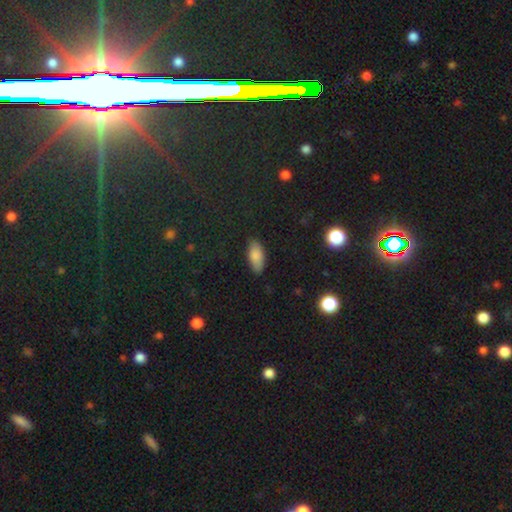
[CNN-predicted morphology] smooth-or-featured: smooth: 84% | featured or disk: 8% | star or artifact: 8%
  how-rounded: in between: 90% | cigar-shaped: 8% | round: 2%
  merging: none: 83% | minor disturbance: 13% | major disturbance: 3% | merger: 1%